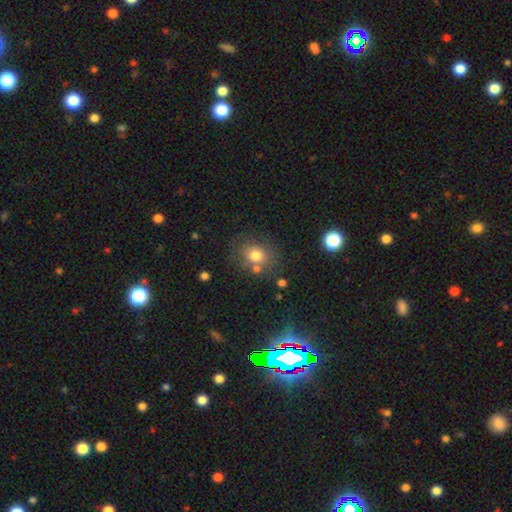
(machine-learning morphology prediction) Smooth or featured? Predicted: smooth (p=0.75). How rounded? Predicted: round (p=0.61). Merging? Predicted: none (p=0.68).